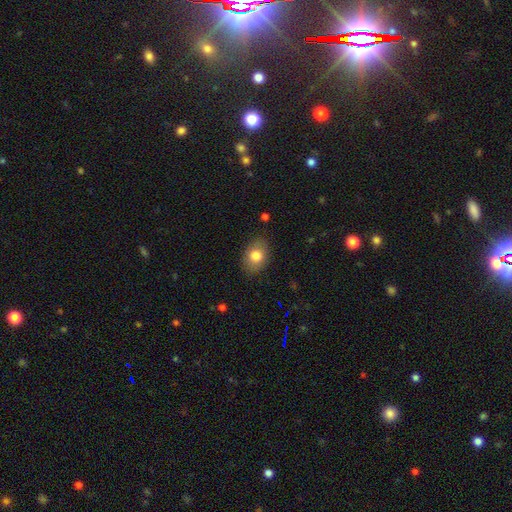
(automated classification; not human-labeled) This is likely a smooth galaxy (79%). How rounded: likely in between (72%). Merging: clearly none (84%).